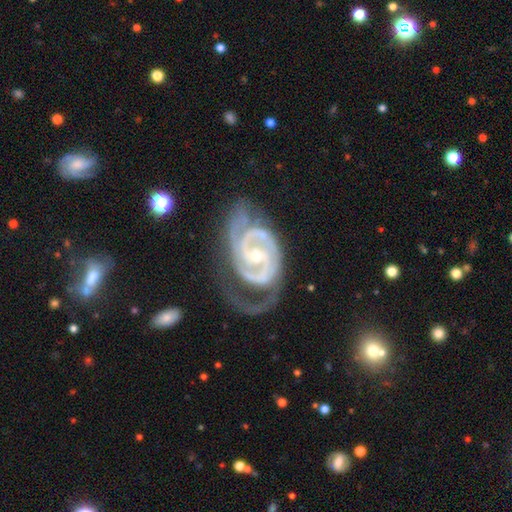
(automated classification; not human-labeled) Smooth or featured? Predicted: featured or disk (p=0.93). Edge-on disk? Predicted: no (p=0.97). Bar? Predicted: no (p=0.47). Spiral arms? Predicted: yes (p=0.98). Spiral winding? Predicted: tight (p=0.62). Spiral arm count? Predicted: 2 (p=0.74). Bulge size? Predicted: small (p=0.57). Merging? Predicted: none (p=0.51).